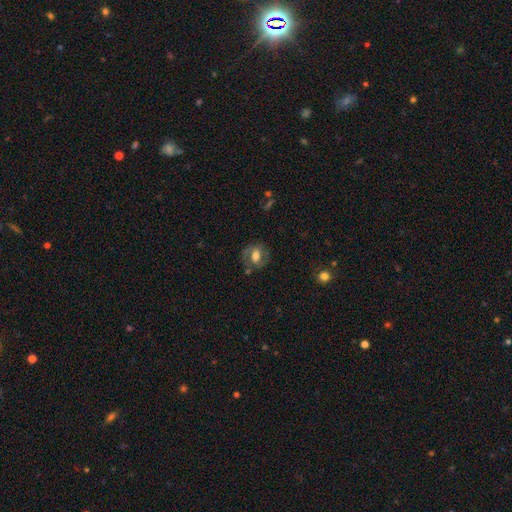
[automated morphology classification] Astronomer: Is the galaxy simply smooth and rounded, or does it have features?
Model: featured or disk — 48% (runner-up: smooth, 43%).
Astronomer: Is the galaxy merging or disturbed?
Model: none — 64%.